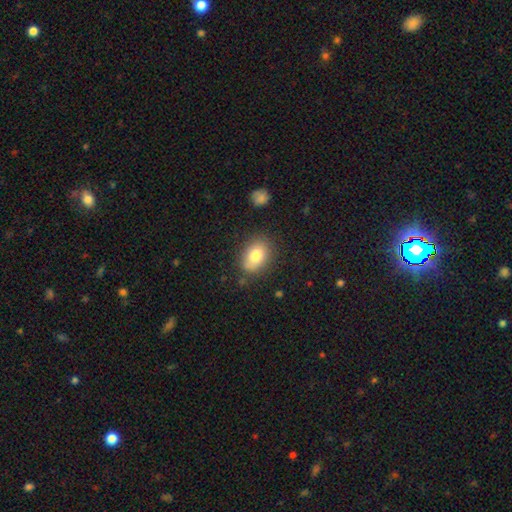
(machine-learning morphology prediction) A smooth galaxy with no disk features (80%) that is in between round and cigar-shaped (77%). Merging: none (78%).